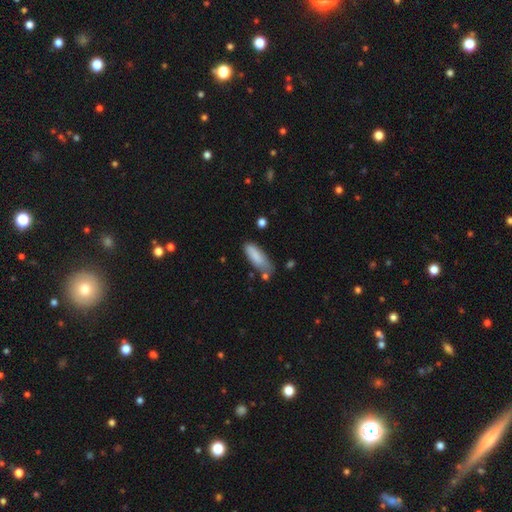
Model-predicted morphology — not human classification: Smooth or featured: smooth — 85% (featured or disk — 9%)
How rounded: in between — 62% (cigar-shaped — 36%)
Merging: none — 54% (minor disturbance — 30%)